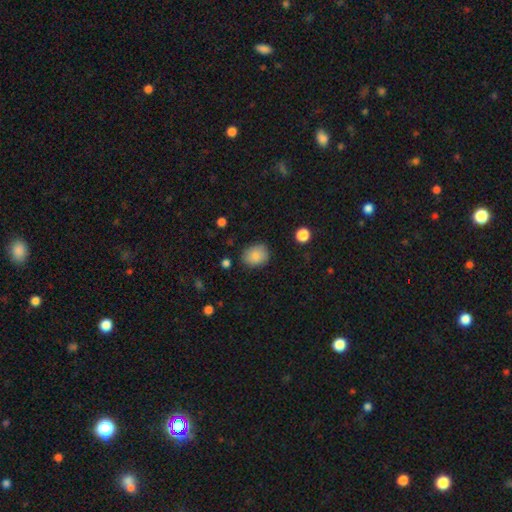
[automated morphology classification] smooth-or-featured: smooth: 85% | star or artifact: 8% | featured or disk: 6%
  how-rounded: round: 54% | in between: 45% | cigar-shaped: 1%
  merging: none: 81% | minor disturbance: 14% | major disturbance: 3% | merger: 2%